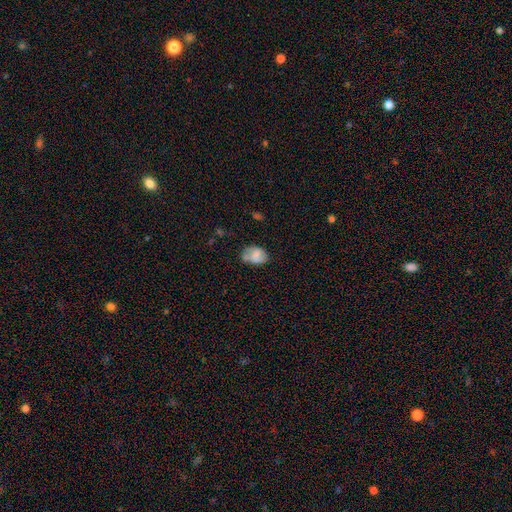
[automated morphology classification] smooth-or-featured: smooth: 62% | featured or disk: 29% | star or artifact: 8%
  how-rounded: in between: 76% | round: 22% | cigar-shaped: 1%
  merging: none: 51% | minor disturbance: 29% | merger: 10% | major disturbance: 10%